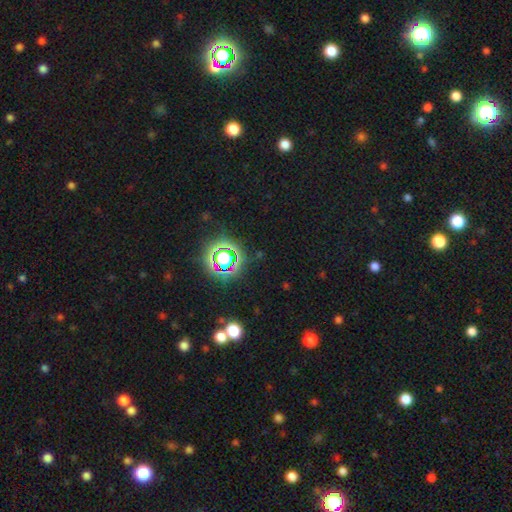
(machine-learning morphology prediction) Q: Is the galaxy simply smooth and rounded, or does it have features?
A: star or artifact — 75%.